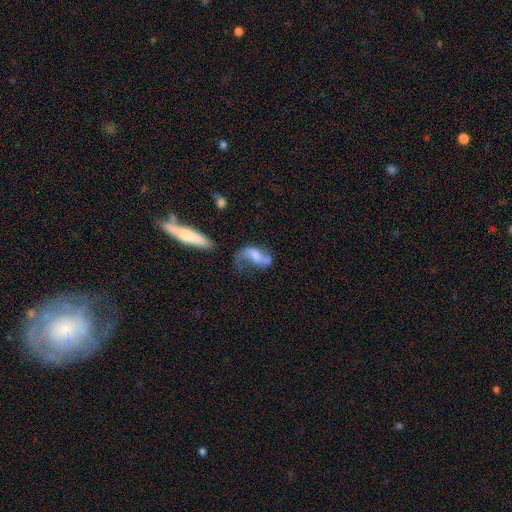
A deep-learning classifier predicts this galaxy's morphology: featured or disk 60%, smooth 31%, star or artifact 9%. Down the decision tree: edge-on disk — no (93%); bar — no (50%); spiral arms — yes (76%); bulge size — moderate (31%); merging — none (34%).